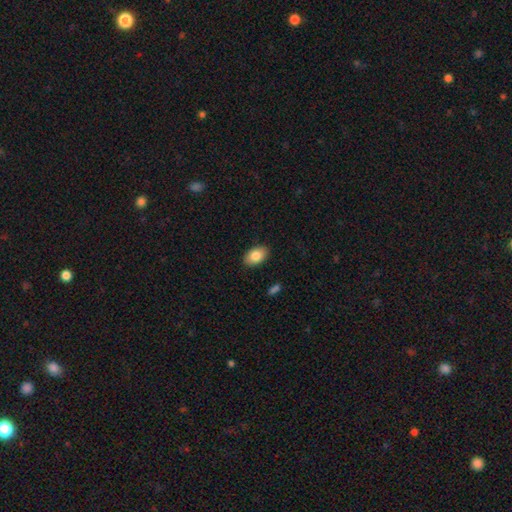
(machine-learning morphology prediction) The model was most divided on "smooth or featured": smooth: 84%, featured or disk: 9%, star or artifact: 7%. More confident: how rounded — in between (90%); merging — none (87%).